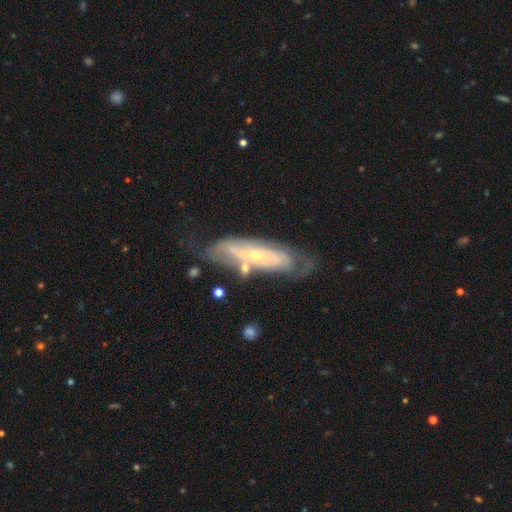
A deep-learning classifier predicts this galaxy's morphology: This is likely a featured or disk galaxy (74%). It is likely not viewed edge-on (76%). Bar: likely no (66%). Spiral arm pattern: likely yes (74%). Central bulge: likely small (70%). Merging: possibly none (57%).